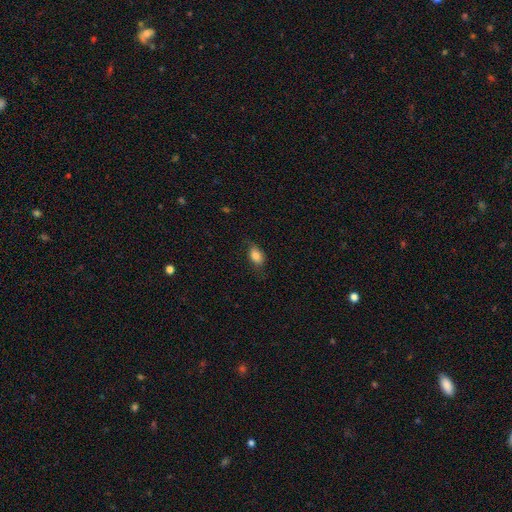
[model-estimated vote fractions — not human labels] Smooth or featured? Predicted: smooth (p=0.80). How rounded? Predicted: in between (p=0.86). Merging? Predicted: none (p=0.65).